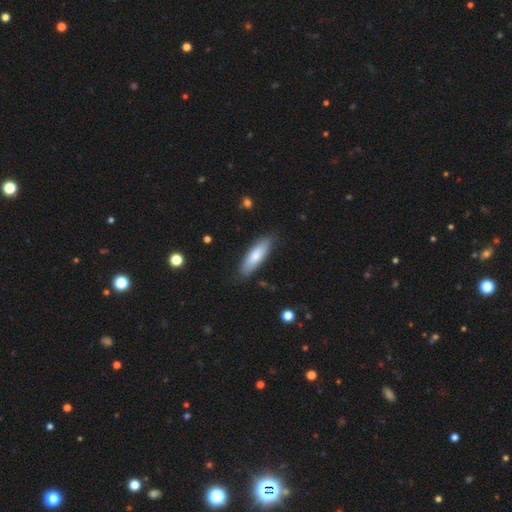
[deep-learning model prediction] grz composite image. It shows a smooth galaxy with no disk features (74%) that is in between round and cigar-shaped (51%). Merging: none (84%).